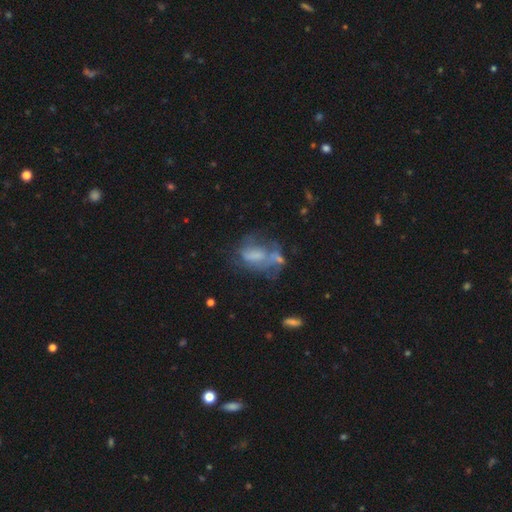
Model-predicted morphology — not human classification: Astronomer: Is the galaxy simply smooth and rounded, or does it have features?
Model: featured or disk — 49% (runner-up: smooth, 38%).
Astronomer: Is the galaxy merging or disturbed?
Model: major disturbance — 31% (runner-up: none, 28%).